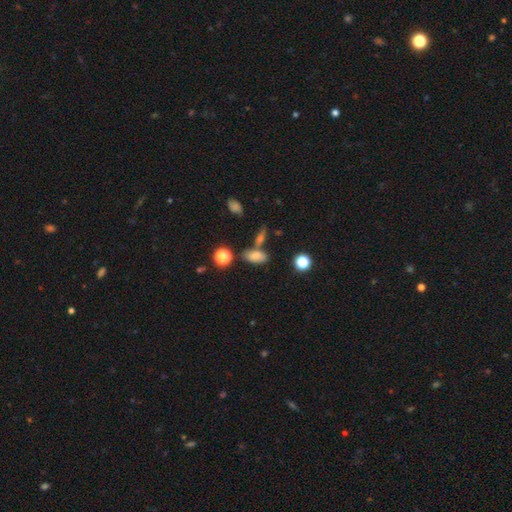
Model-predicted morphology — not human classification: smooth_or_featured: smooth (p=0.79) [alt: star or artifact p=0.11]
how_rounded: in between (p=0.87) [alt: round p=0.07]
merging: none (p=0.61) [alt: merger p=0.20]